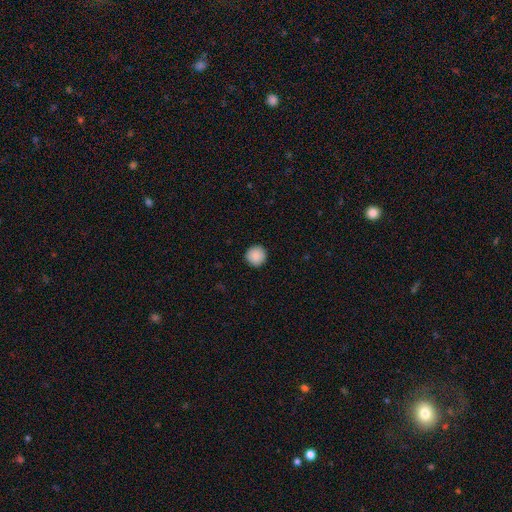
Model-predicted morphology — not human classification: Smooth or featured? smooth (89%)
How rounded? round (96%)
Merging? none (93%)